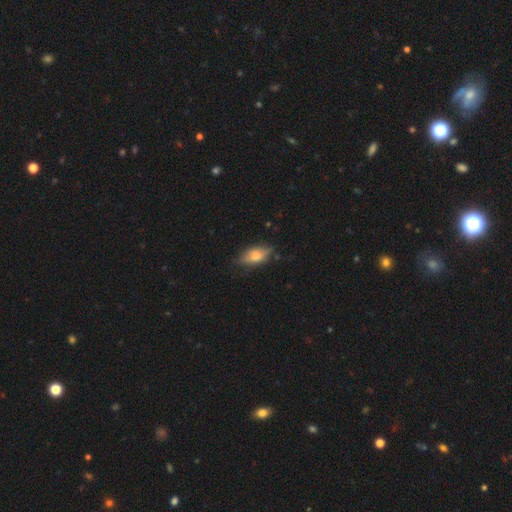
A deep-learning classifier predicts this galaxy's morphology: This is likely a smooth galaxy (62%). How rounded: likely in between (78%). Merging: likely none (72%).